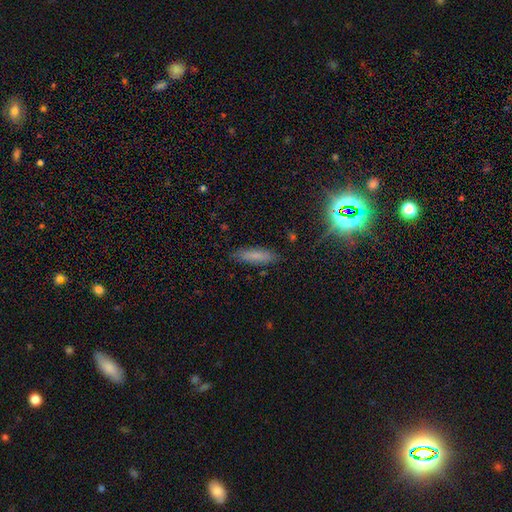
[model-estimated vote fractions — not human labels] The model was most divided on "how rounded": cigar-shaped: 62%, in between: 36%, round: 2%. More confident: merging — none (84%); smooth or featured — smooth (74%).